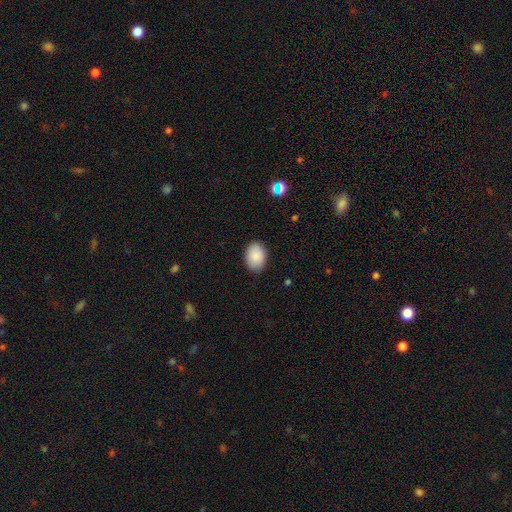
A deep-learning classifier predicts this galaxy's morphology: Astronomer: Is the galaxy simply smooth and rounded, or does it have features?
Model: smooth — 89%.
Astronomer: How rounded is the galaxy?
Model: in between — 81%.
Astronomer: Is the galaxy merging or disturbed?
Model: none — 87%.